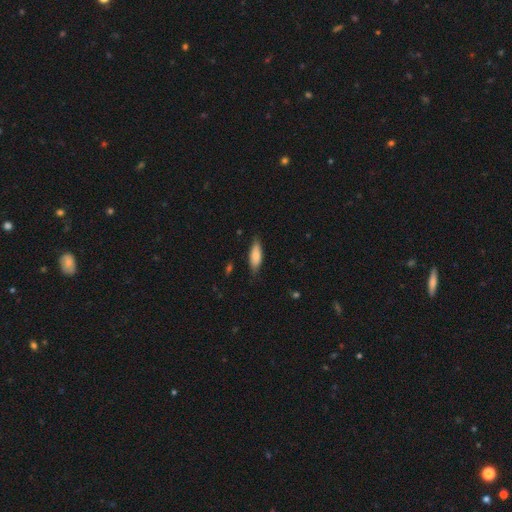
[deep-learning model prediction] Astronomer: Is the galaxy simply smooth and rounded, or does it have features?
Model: smooth — 79%.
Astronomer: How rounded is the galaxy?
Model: in between — 58% (runner-up: cigar-shaped, 41%).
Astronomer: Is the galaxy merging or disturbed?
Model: none — 75%.